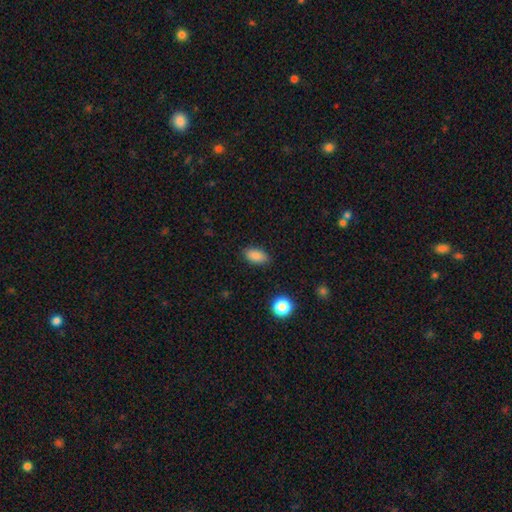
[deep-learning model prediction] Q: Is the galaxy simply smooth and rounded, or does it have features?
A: smooth — 87%.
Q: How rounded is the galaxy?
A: in between — 90%.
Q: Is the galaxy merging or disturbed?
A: none — 86%.